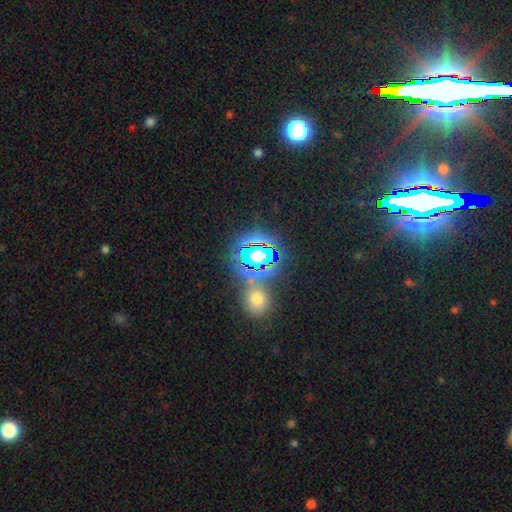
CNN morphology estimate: A star or artifact, not a galaxy (63%).

Vote fractions:
- Smooth or featured? star or artifact: 63% / smooth: 25% / featured or disk: 12%